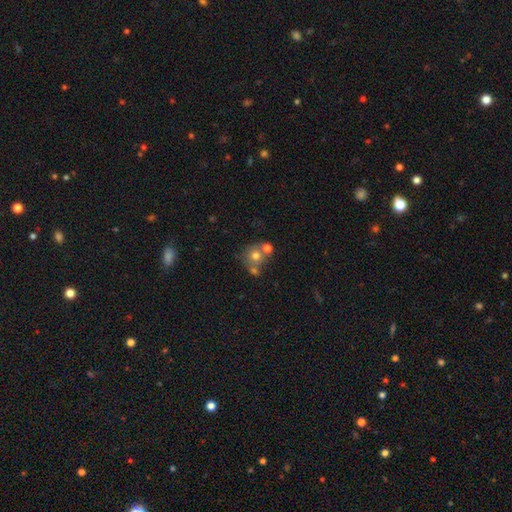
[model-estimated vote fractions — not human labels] Smooth or featured? smooth (68%)
How rounded? round (84%)
Merging? none (48%)